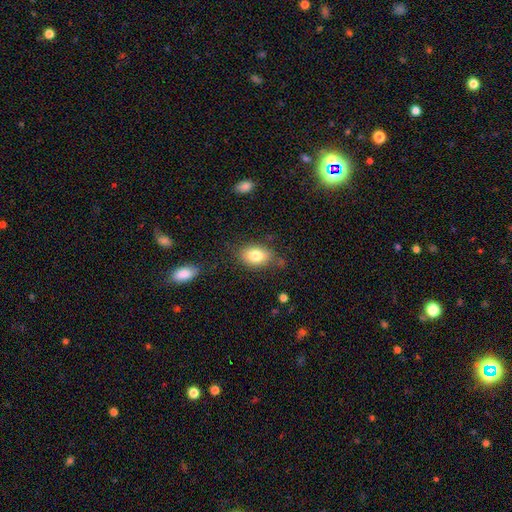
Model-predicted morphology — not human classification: This is clearly a smooth galaxy (80%). How rounded: clearly in between (83%). Merging: likely none (77%).